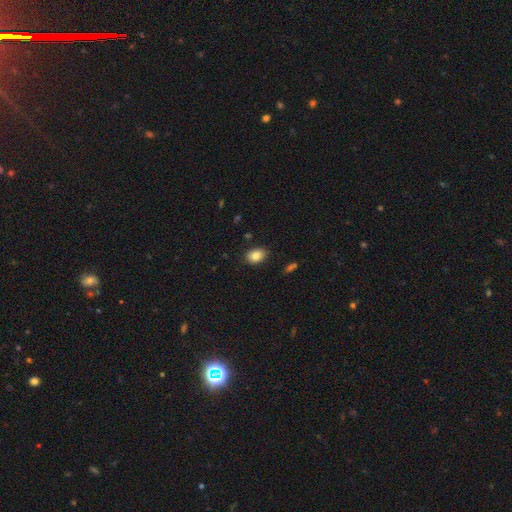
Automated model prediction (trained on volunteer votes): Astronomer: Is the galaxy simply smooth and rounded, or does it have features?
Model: smooth — 85%.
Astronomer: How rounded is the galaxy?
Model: in between — 77%.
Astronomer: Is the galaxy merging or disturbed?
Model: none — 86%.